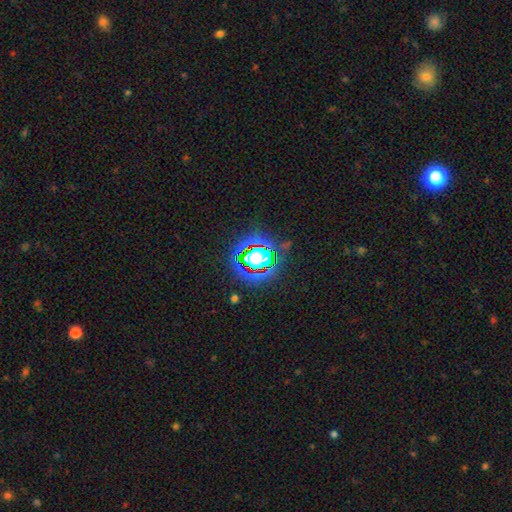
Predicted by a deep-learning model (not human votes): Smooth or featured?
  - star or artifact: 75% *
  - smooth: 15%
  - featured or disk: 10%